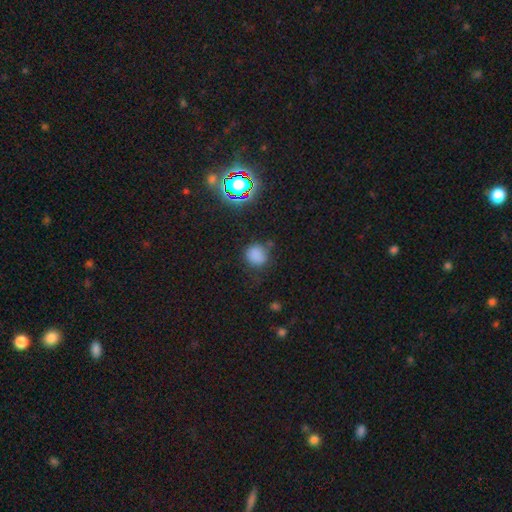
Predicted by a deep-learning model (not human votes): A smooth galaxy with no disk features (76%) that is round (84%).

Vote fractions:
- Smooth or featured? smooth: 76% / star or artifact: 18% / featured or disk: 6%
- How rounded? round: 84% / in between: 15% / cigar-shaped: 1%
- Merging? none: 72% / minor disturbance: 18% / major disturbance: 7% / merger: 3%